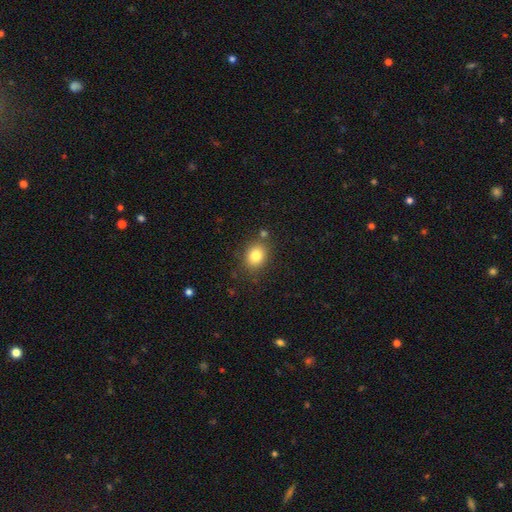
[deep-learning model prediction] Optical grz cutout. It shows a smooth galaxy with no disk features (82%) that is round (52%). Merging: none (79%).